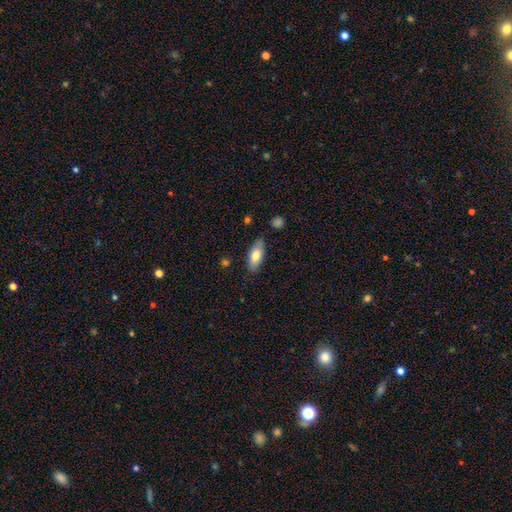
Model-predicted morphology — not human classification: smooth_or_featured: smooth (p=0.76) [alt: featured or disk p=0.17]
how_rounded: in between (p=0.82) [alt: cigar-shaped p=0.16]
merging: none (p=0.82) [alt: minor disturbance p=0.13]